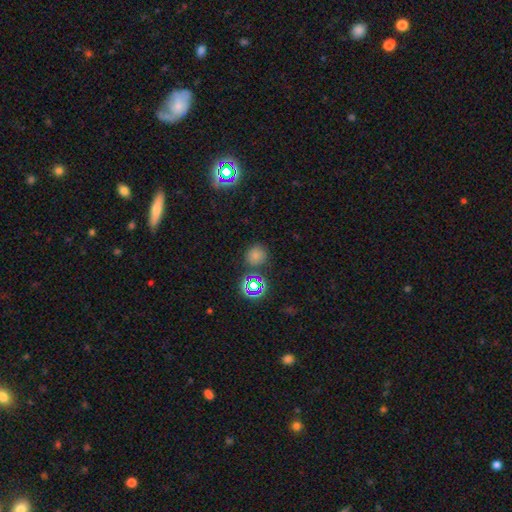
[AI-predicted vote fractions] smooth_or_featured: smooth (p=0.67) [alt: star or artifact p=0.26]
how_rounded: round (p=0.85) [alt: in between p=0.14]
merging: none (p=0.76) [alt: minor disturbance p=0.12]